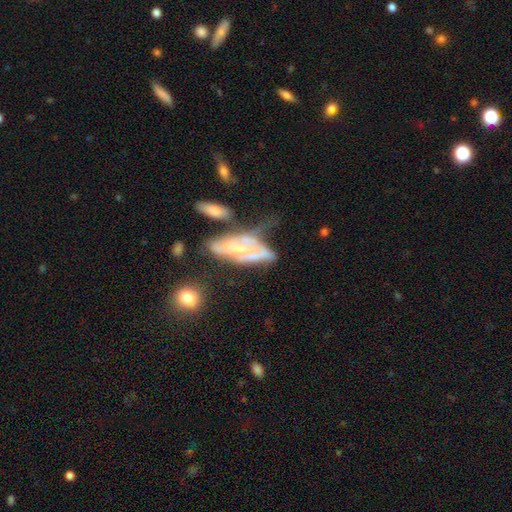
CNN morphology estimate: This is possibly a featured or disk galaxy (59%). It is clearly not viewed edge-on (82%). Merging: marginally major disturbance (35%).